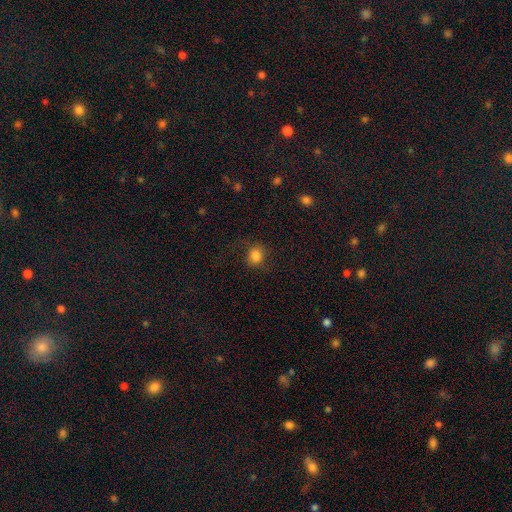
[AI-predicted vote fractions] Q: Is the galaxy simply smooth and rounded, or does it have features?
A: smooth — 83%.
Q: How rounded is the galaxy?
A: round — 75%.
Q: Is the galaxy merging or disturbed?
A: none — 77%.